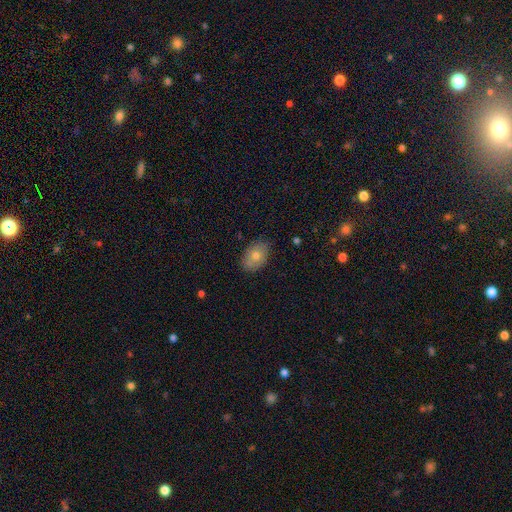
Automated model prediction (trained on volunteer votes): Smooth or featured? smooth (72%)
How rounded? in between (84%)
Merging? none (83%)